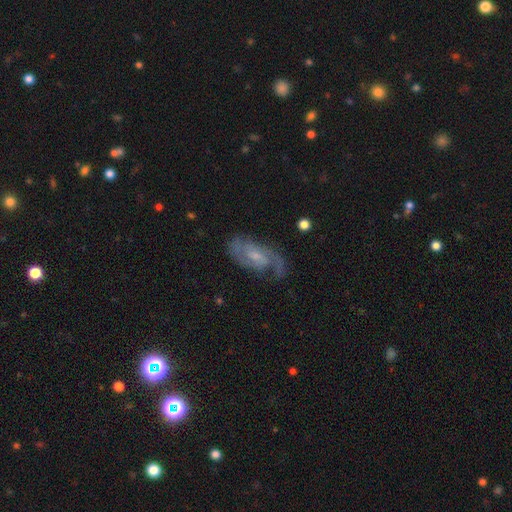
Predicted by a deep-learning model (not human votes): Smooth or featured? Predicted: featured or disk (p=0.82). Edge-on disk? Predicted: no (p=0.95). Bar? Predicted: weak (p=0.46). Spiral arms? Predicted: yes (p=0.95). Spiral winding? Predicted: medium (p=0.50). Spiral arm count? Predicted: 2 (p=0.77). Bulge size? Predicted: small (p=0.55). Merging? Predicted: none (p=0.69).